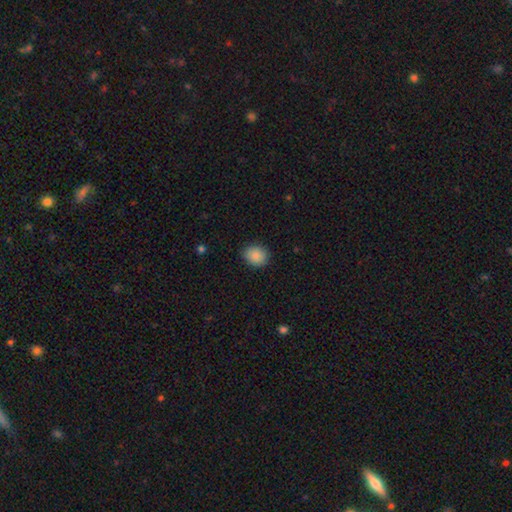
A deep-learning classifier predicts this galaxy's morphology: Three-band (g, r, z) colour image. It shows a smooth galaxy with no disk features (89%) that is round (58%). Merging: none (86%).